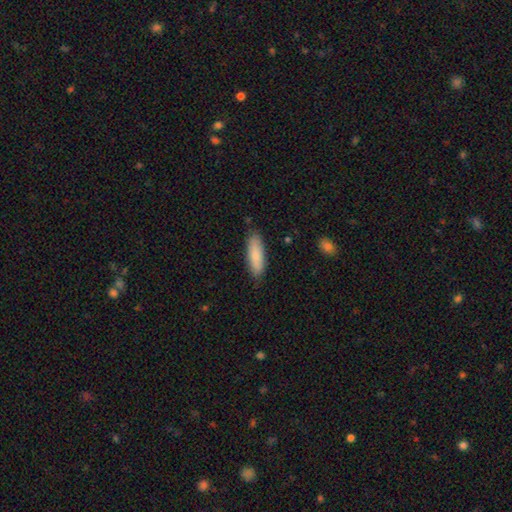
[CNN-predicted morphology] A smooth galaxy with no disk features (83%) that is in between round and cigar-shaped (54%). Merging: none (84%).